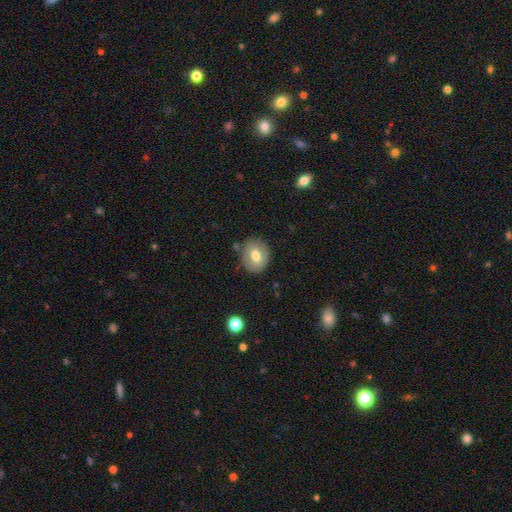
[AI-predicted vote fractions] Morphology: type=smooth (67%); roundness=round (54%); merging=none (80%).